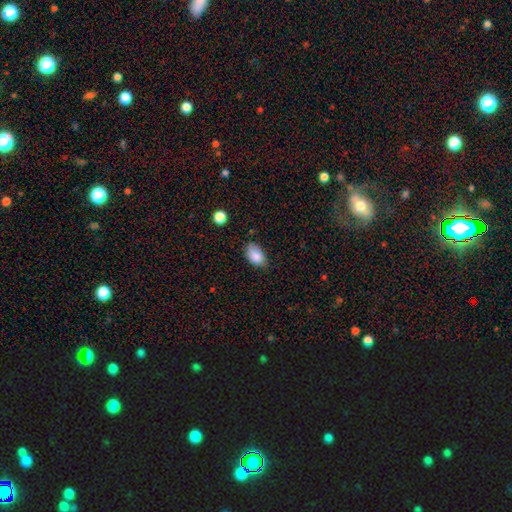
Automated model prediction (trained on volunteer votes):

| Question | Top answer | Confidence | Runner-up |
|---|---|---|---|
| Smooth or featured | smooth | 86% | star or artifact (8%) |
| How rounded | in between | 90% | round (8%) |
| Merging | none | 65% | minor disturbance (28%) |